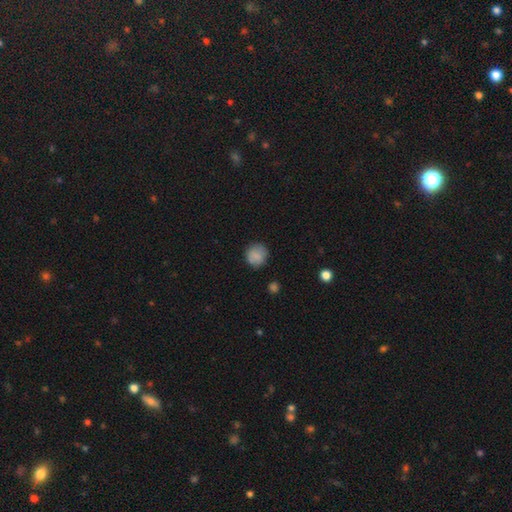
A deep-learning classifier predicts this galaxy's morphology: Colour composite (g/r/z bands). It shows a smooth galaxy with no disk features (84%) that is round (88%). Merging: none (80%).